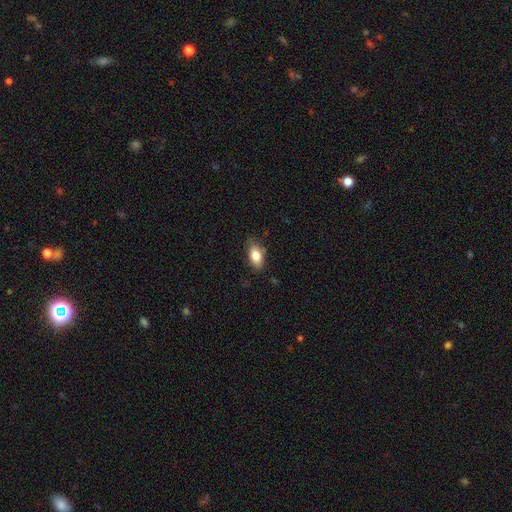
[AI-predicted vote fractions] The model was most divided on "merging": none: 80%, minor disturbance: 16%, major disturbance: 3%, merger: 1%. More confident: how rounded — in between (90%); smooth or featured — smooth (82%).